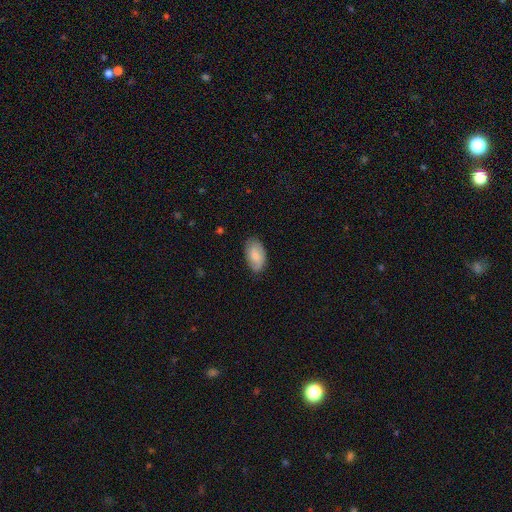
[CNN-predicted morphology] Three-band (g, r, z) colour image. It shows a smooth galaxy with no disk features (68%) that is in between round and cigar-shaped (94%). Merging: none (78%).